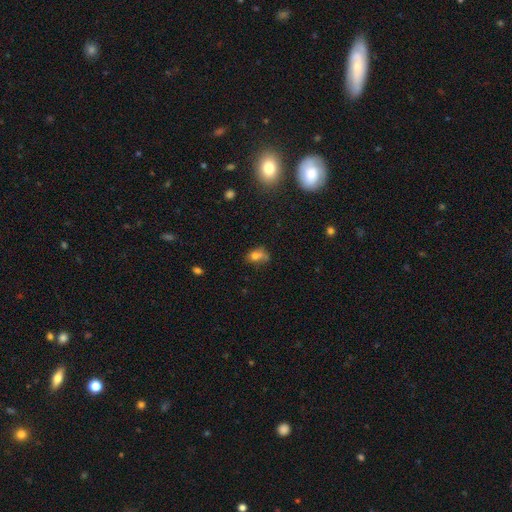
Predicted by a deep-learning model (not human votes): smooth 69%, star or artifact 16%, featured or disk 15%. Down the decision tree: how rounded — in between (61%); merging — none (39%).